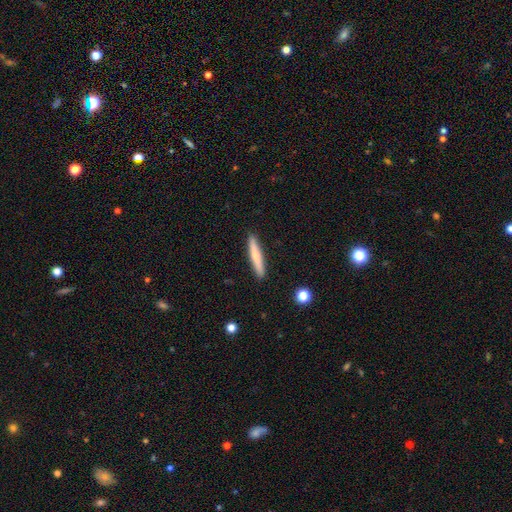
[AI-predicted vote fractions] A smooth galaxy with no disk features (57%) that is cigar-shaped (92%).

Vote fractions:
- Smooth or featured? smooth: 57% / featured or disk: 37% / star or artifact: 6%
- How rounded? cigar-shaped: 92% / in between: 6% / round: 1%
- Merging? none: 90% / minor disturbance: 7% / major disturbance: 1% / merger: 1%